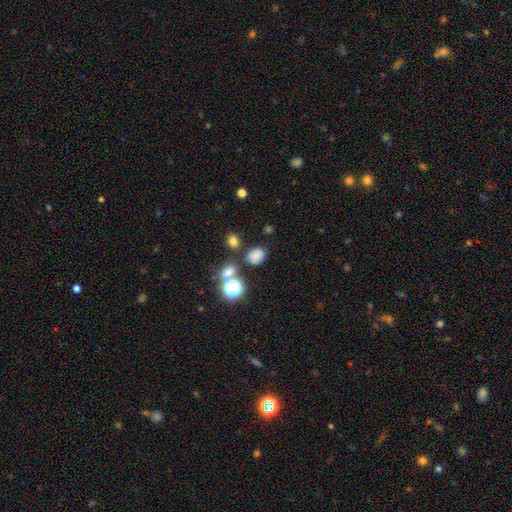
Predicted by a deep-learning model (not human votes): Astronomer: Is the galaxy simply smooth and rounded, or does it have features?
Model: smooth — 73%.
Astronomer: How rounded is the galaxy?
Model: in between — 54% (runner-up: round, 44%).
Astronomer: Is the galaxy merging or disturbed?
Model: none — 67%.